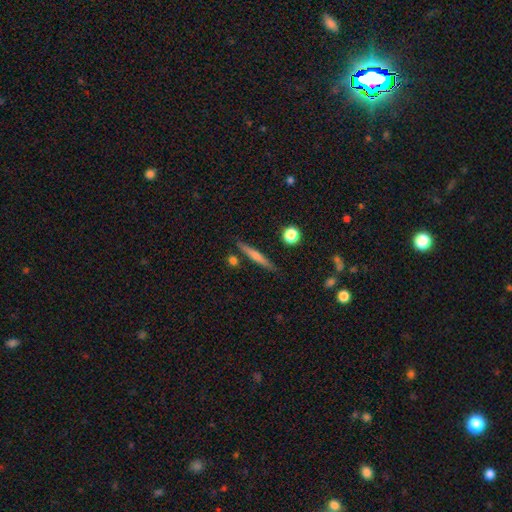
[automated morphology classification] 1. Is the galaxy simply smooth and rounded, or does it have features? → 47% smooth, 46% featured or disk, 7% star or artifact.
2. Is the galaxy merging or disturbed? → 86% none, 8% minor disturbance, 4% merger, 2% major disturbance.